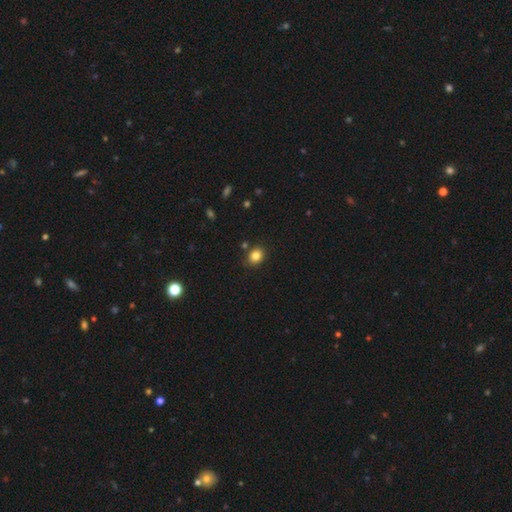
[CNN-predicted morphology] The model was most divided on "how rounded": round: 58%, in between: 41%, cigar-shaped: 1%. More confident: merging — none (84%); smooth or featured — smooth (83%).